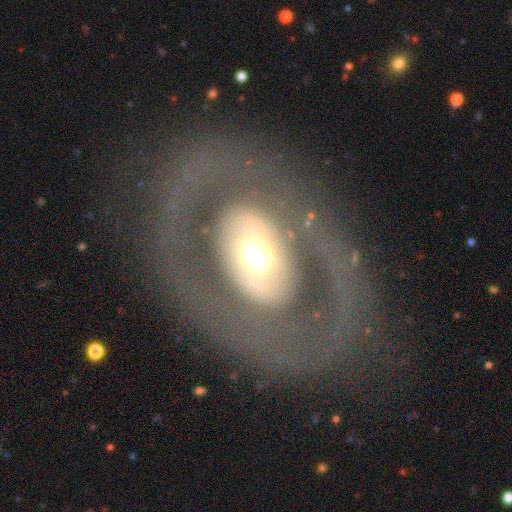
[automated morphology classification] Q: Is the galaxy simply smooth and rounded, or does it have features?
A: featured or disk — 62%.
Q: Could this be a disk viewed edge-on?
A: no — 93%.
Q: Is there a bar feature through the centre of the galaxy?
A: no — 70%.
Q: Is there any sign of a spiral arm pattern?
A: no — 60%.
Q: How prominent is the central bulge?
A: moderate — 49%.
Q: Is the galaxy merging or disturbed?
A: none — 57%.